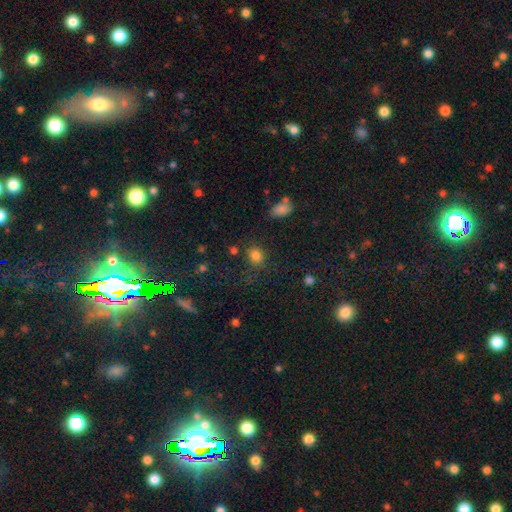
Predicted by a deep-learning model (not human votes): Smooth or featured? Predicted: smooth (p=0.80). How rounded? Predicted: round (p=0.63). Merging? Predicted: none (p=0.77).